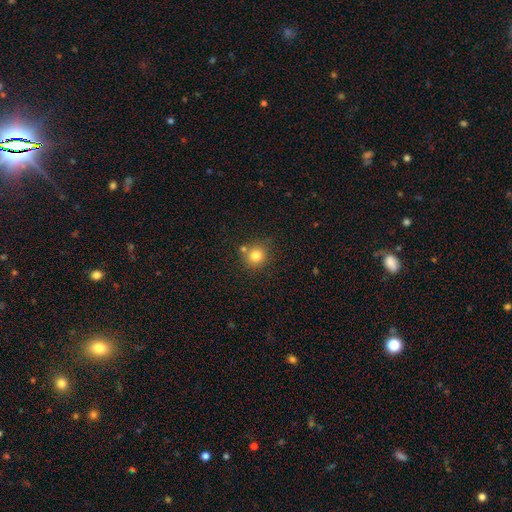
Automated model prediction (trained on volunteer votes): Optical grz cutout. It shows a smooth galaxy with no disk features (81%) that is round (88%). Merging: none (73%).